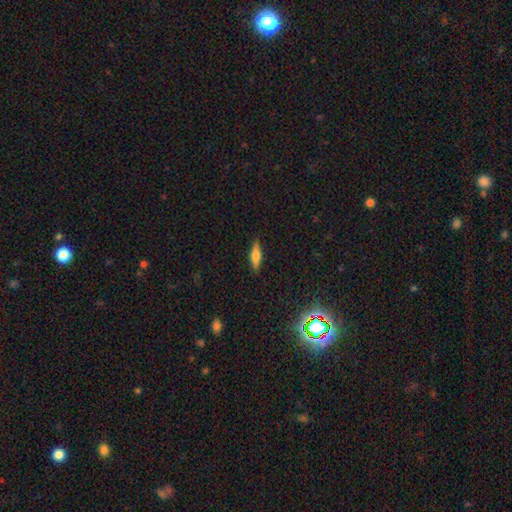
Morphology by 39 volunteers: type=smooth (72%); roundness=cigar-shaped (61%); merging=none (86%).